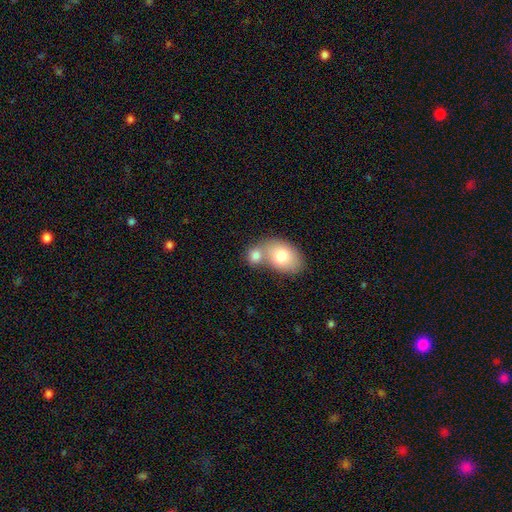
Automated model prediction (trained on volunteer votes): A smooth galaxy with no disk features (78%) that is in between round and cigar-shaped (63%).

Vote fractions:
- Smooth or featured? smooth: 78% / featured or disk: 14% / star or artifact: 7%
- How rounded? in between: 63% / round: 36% / cigar-shaped: 2%
- Merging? merger: 57% / none: 32% / minor disturbance: 8% / major disturbance: 3%